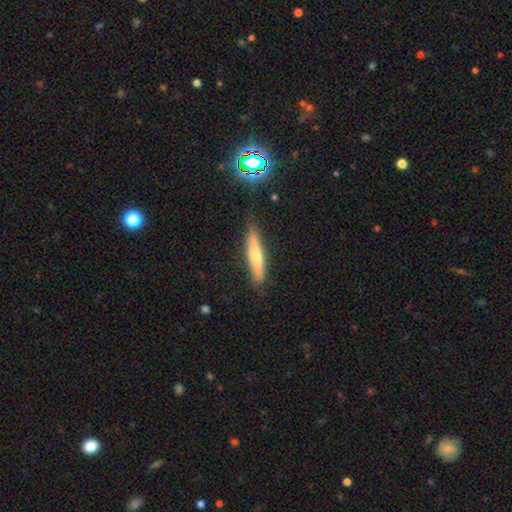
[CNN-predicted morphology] A smooth galaxy with no disk features (55%) that is cigar-shaped (88%).

Vote fractions:
- Smooth or featured? smooth: 55% / featured or disk: 38% / star or artifact: 7%
- How rounded? cigar-shaped: 88% / in between: 11% / round: 2%
- Merging? none: 83% / minor disturbance: 12% / major disturbance: 2% / merger: 2%